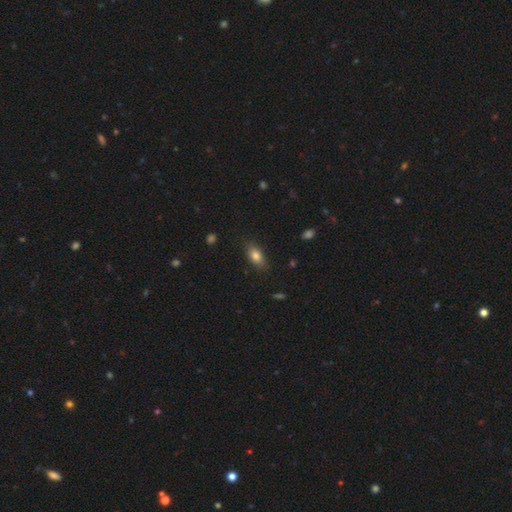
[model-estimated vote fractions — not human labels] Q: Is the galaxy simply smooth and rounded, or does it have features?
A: smooth — 82%.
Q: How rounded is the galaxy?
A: in between — 85%.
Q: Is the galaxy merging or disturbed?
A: none — 79%.